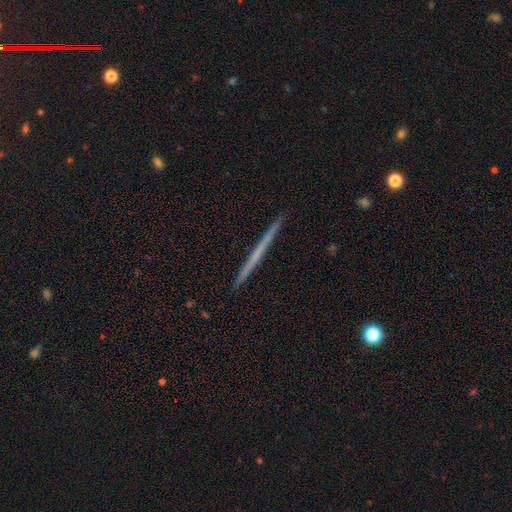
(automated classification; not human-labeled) The model was most divided on "smooth or featured": featured or disk: 57%, smooth: 37%, star or artifact: 5%. More confident: edge-on disk — yes (98%); merging — none (93%); edge-on bulge — none (92%).